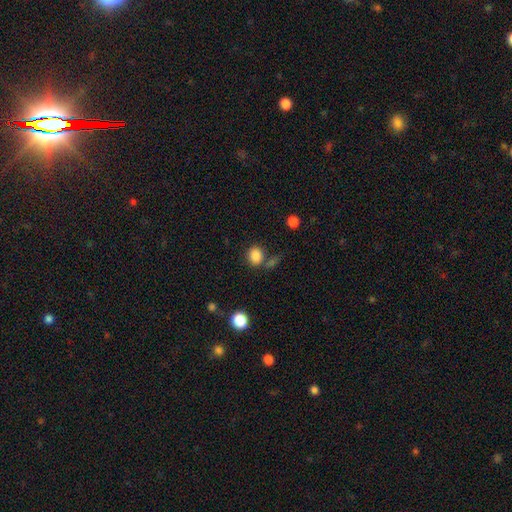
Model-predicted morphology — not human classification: A smooth galaxy with no disk features (85%) that is round (60%).

Vote fractions:
- Smooth or featured? smooth: 85% / star or artifact: 11% / featured or disk: 5%
- How rounded? round: 60% / in between: 39% / cigar-shaped: 1%
- Merging? none: 69% / merger: 13% / minor disturbance: 13% / major disturbance: 6%